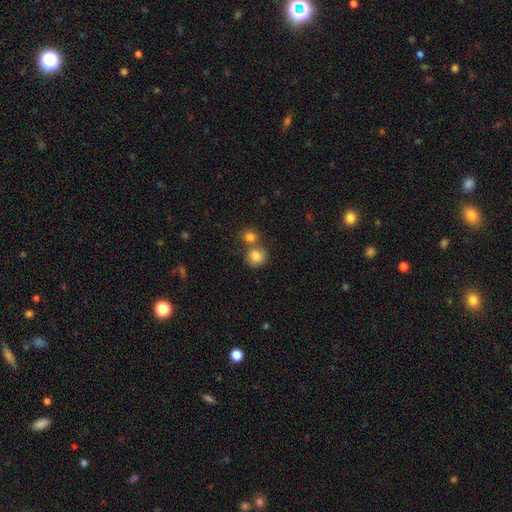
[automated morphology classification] Smooth or featured: smooth — 83% (star or artifact — 9%)
How rounded: round — 83% (in between — 16%)
Merging: none — 48% (merger — 39%)